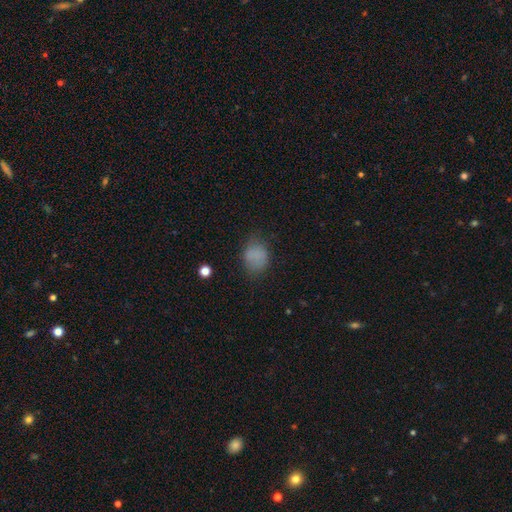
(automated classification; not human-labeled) This is likely a smooth galaxy (79%). How rounded: possibly in between (52%). Merging: likely none (65%).